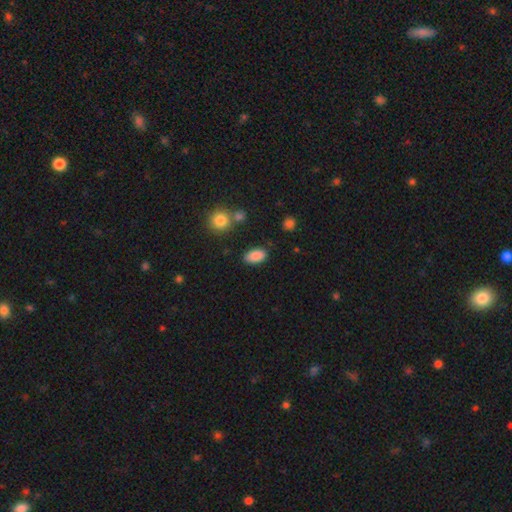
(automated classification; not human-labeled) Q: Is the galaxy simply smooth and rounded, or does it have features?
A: smooth — 87%.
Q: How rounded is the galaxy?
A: in between — 93%.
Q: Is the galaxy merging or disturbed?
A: none — 83%.